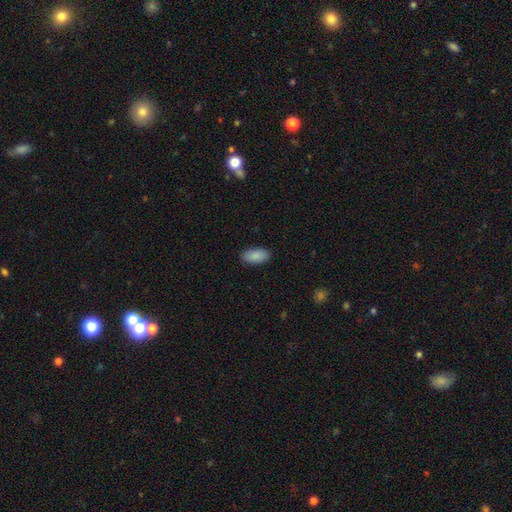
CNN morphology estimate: Smooth or featured?
  - smooth: 90% *
  - star or artifact: 6%
  - featured or disk: 4%
How rounded?
  - in between: 93% *
  - cigar-shaped: 4%
  - round: 2%
Merging?
  - none: 89% *
  - minor disturbance: 8%
  - major disturbance: 2%
  - merger: 1%